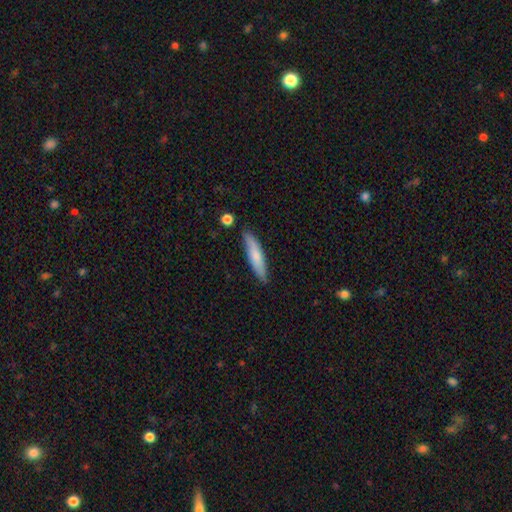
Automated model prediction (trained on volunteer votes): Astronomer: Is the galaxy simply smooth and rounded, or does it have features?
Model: smooth — 73%.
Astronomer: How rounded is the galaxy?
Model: cigar-shaped — 82%.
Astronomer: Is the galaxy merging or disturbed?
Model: none — 83%.